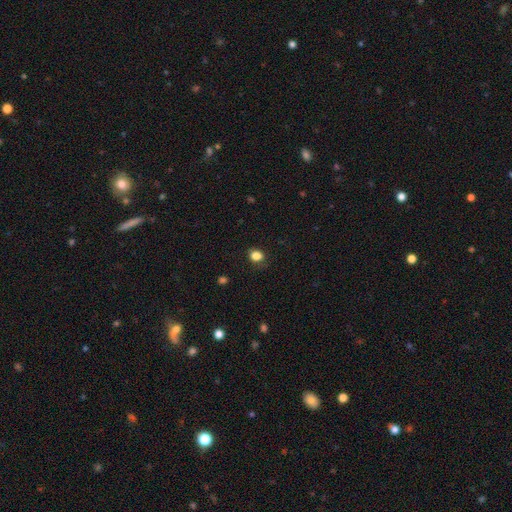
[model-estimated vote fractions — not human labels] smooth_or_featured: smooth (p=0.84) [alt: star or artifact p=0.12]
how_rounded: in between (p=0.53) [alt: round p=0.46]
merging: none (p=0.78) [alt: minor disturbance p=0.16]